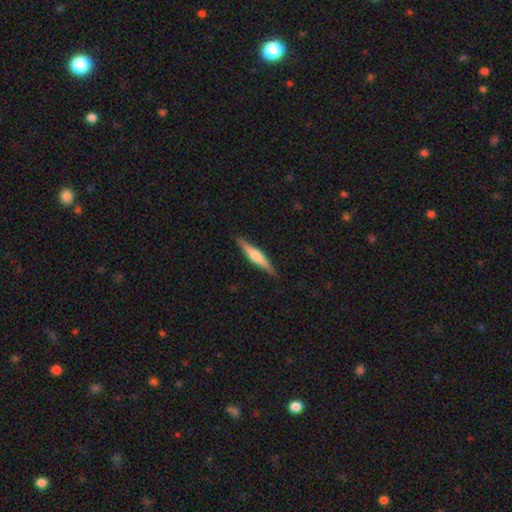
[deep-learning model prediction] featured or disk 57%, smooth 37%, star or artifact 6%. Down the decision tree: edge-on disk — yes (97%); edge-on bulge — rounded (77%); merging — none (89%).